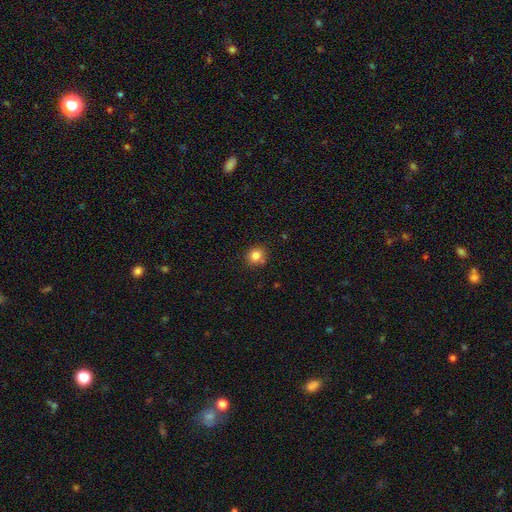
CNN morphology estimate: A smooth galaxy with no disk features (82%) that is round (84%). Merging: none (81%).